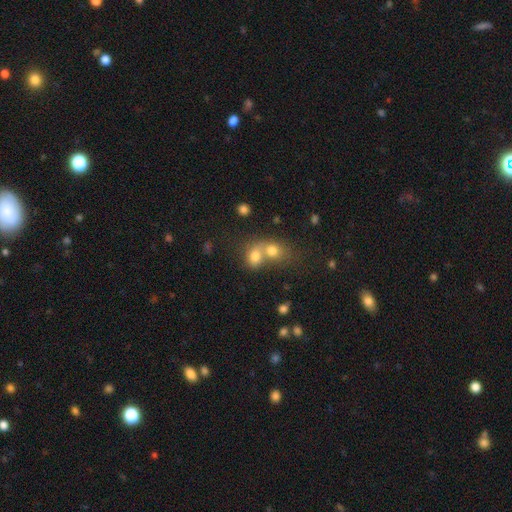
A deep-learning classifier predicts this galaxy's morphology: The model was most divided on "how rounded": round: 50%, in between: 49%, cigar-shaped: 1%. More confident: smooth or featured — smooth (74%); merging — merger (67%).